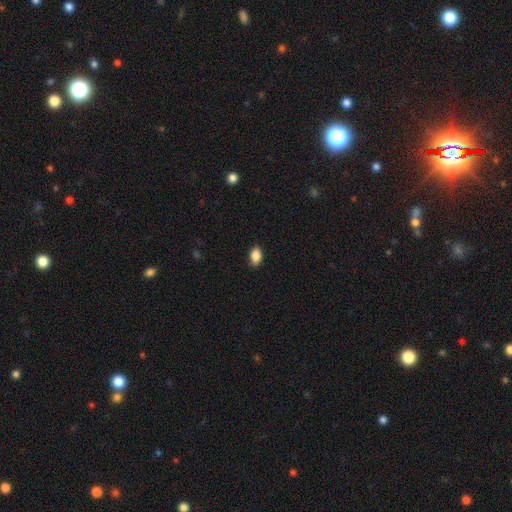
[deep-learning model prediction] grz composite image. It shows a smooth galaxy with no disk features (86%) that is in between round and cigar-shaped (88%). Merging: none (83%).